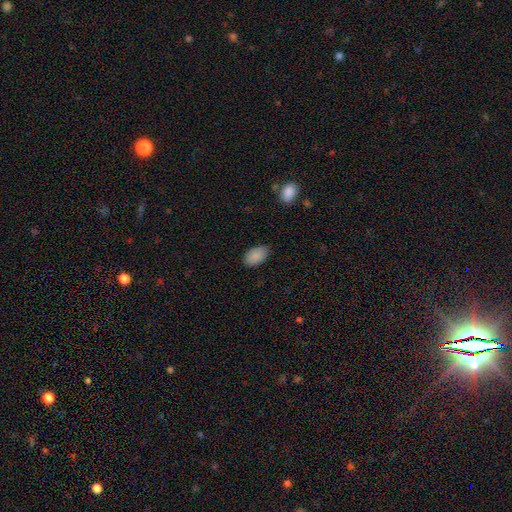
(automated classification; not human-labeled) smooth-or-featured: smooth: 89% | star or artifact: 7% | featured or disk: 4%
  how-rounded: in between: 92% | round: 6% | cigar-shaped: 1%
  merging: none: 83% | minor disturbance: 14% | major disturbance: 3% | merger: 1%